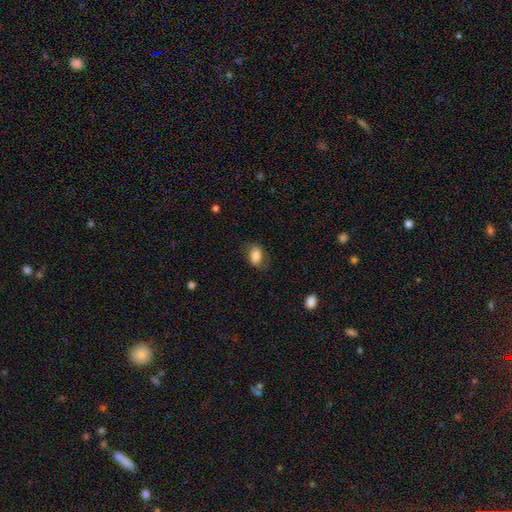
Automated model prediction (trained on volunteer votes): smooth-or-featured: smooth: 82% | featured or disk: 10% | star or artifact: 8%
  how-rounded: in between: 82% | round: 16% | cigar-shaped: 2%
  merging: none: 70% | minor disturbance: 21% | major disturbance: 8% | merger: 1%